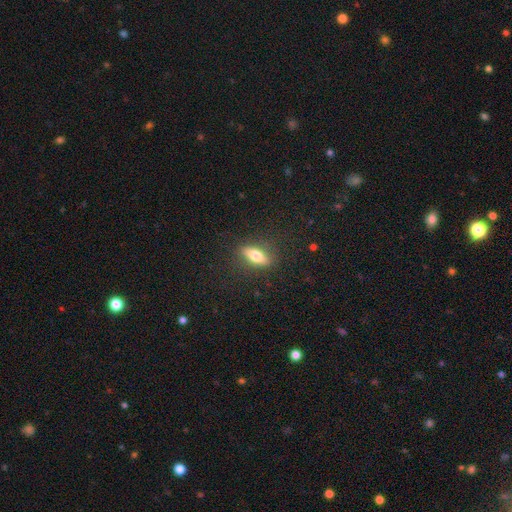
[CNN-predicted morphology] type=smooth (66%); roundness=in between (58%); merging=none (84%).